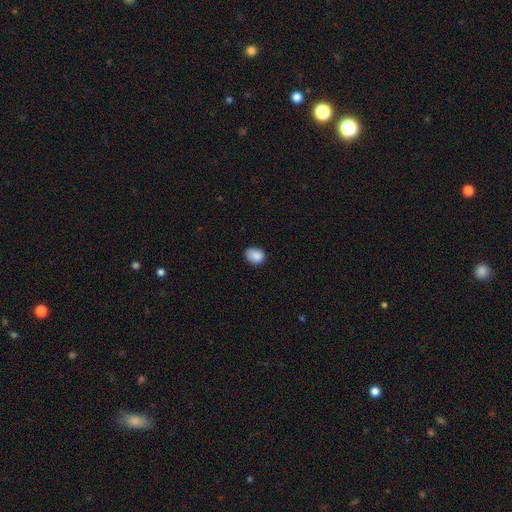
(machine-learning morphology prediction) smooth 88%, star or artifact 8%, featured or disk 4%. Down the decision tree: how rounded — in between (53%); merging — none (76%).